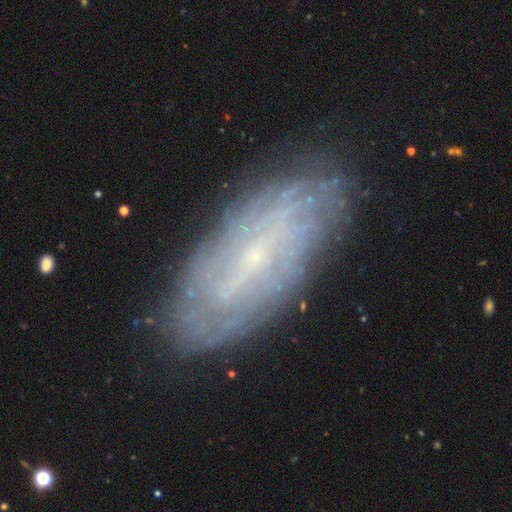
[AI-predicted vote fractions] Smooth or featured? featured or disk (70%)
Edge-on disk? no (87%)
Bar? no (44%)
Spiral arms? yes (75%)
Bulge size? small (80%)
Merging? none (81%)